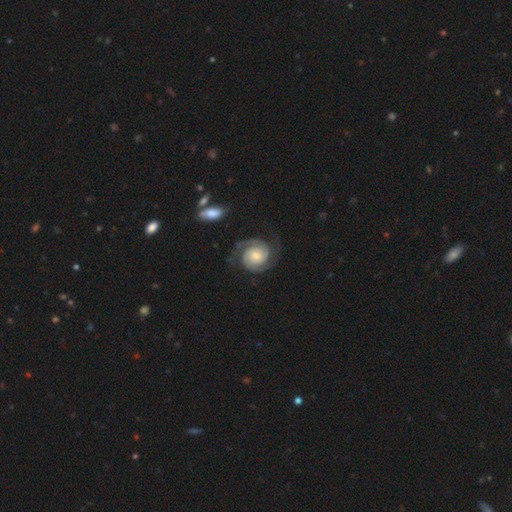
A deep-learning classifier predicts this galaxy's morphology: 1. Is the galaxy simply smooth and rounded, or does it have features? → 87% featured or disk, 8% smooth, 5% star or artifact.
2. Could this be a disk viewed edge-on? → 98% no, 2% yes.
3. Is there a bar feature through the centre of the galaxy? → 67% no, 26% weak, 7% strong.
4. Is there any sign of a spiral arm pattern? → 98% yes, 2% no.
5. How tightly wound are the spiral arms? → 57% tight, 35% medium, 8% loose.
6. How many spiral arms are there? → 90% 2, 3% can't tell, 3% 3, 2% 1, 1% 4, 1% more than 4.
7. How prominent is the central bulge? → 39% small, 35% moderate, 14% large, 9% none, 3% dominant.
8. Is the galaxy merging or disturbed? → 78% none, 13% minor disturbance, 7% major disturbance, 2% merger.